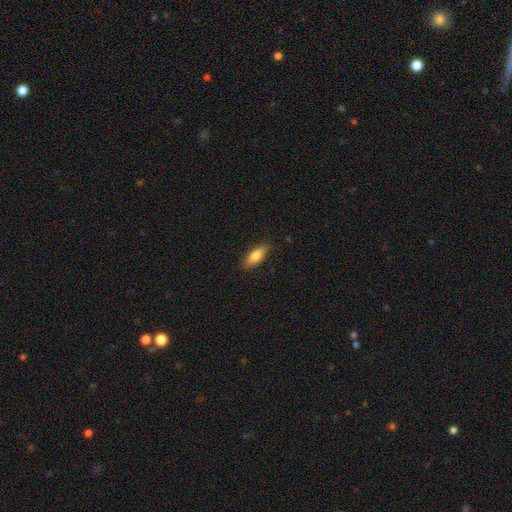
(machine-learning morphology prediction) A smooth galaxy with no disk features (80%) that is in between round and cigar-shaped (70%).

Vote fractions:
- Smooth or featured? smooth: 80% / featured or disk: 14% / star or artifact: 6%
- How rounded? in between: 70% / cigar-shaped: 28% / round: 2%
- Merging? none: 86% / minor disturbance: 11% / major disturbance: 2% / merger: 1%